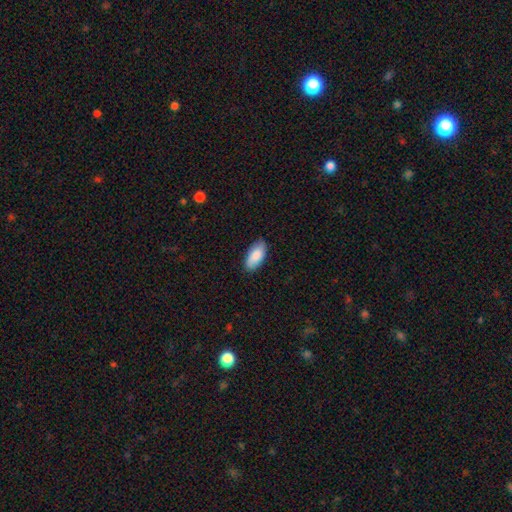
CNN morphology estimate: Smooth or featured? Predicted: smooth (p=0.85). How rounded? Predicted: in between (p=0.93). Merging? Predicted: none (p=0.84).